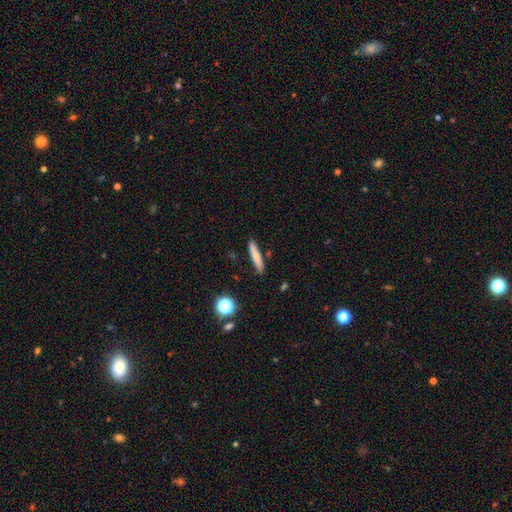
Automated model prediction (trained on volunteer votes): Morphology: type=smooth (72%); roundness=cigar-shaped (90%); merging=none (86%).